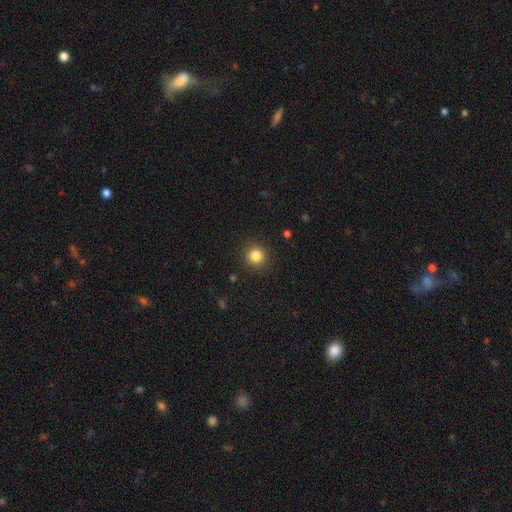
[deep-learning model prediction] This is clearly a smooth galaxy (84%). How rounded: clearly round (91%). Merging: clearly none (91%).